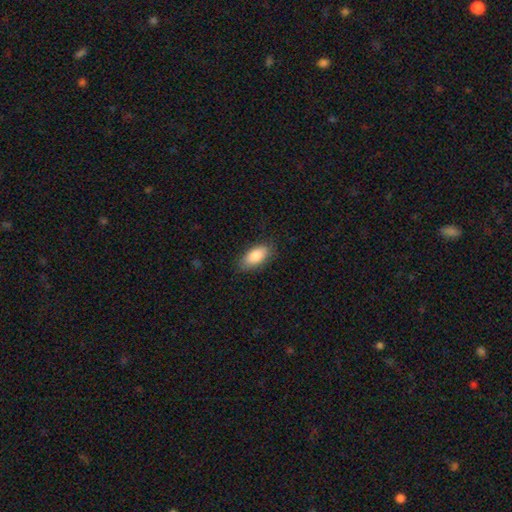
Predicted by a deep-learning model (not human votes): The model was most divided on "merging": none: 83%, minor disturbance: 13%, major disturbance: 3%, merger: 1%. More confident: how rounded — in between (89%); smooth or featured — smooth (86%).